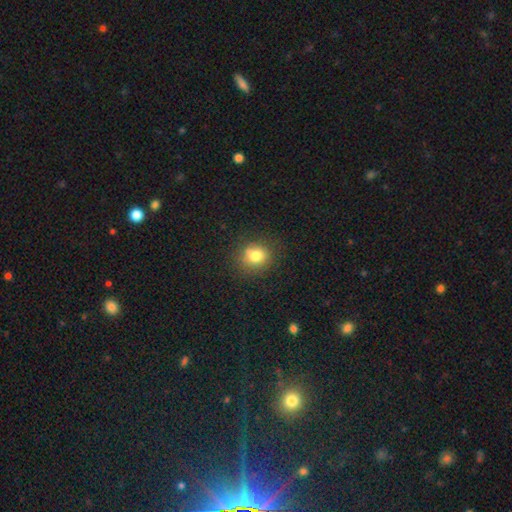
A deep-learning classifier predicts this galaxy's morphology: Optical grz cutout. It shows a smooth galaxy with no disk features (79%) that is round (78%). Merging: none (77%).